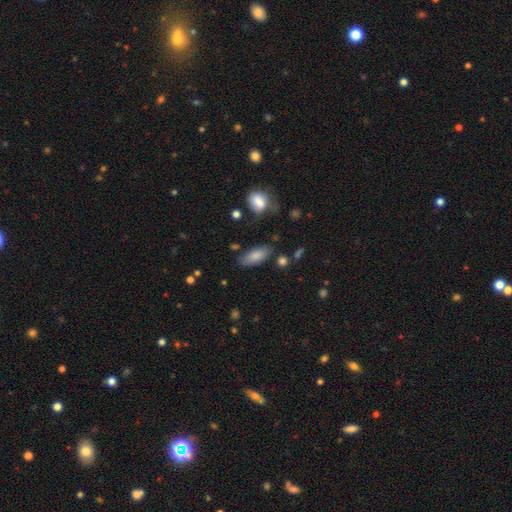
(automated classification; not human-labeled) Smooth or featured? smooth (82%)
How rounded? in between (83%)
Merging? none (78%)